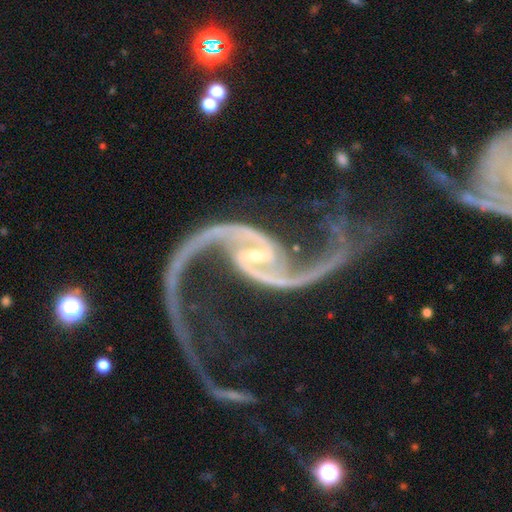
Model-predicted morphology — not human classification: smooth_or_featured: featured or disk (p=0.94) [alt: star or artifact p=0.04]
disk_edge_on: no (p=0.98) [alt: yes p=0.02]
bar: weak (p=0.42) [alt: strong p=0.31]
has_spiral_arms: yes (p=0.98) [alt: no p=0.02]
spiral_winding: loose (p=0.80) [alt: medium p=0.15]
spiral_arm_count: 2 (p=0.94) [alt: 1 p=0.01]
bulge_size: small (p=0.76) [alt: moderate p=0.16]
merging: none (p=0.50) [alt: major disturbance p=0.26]